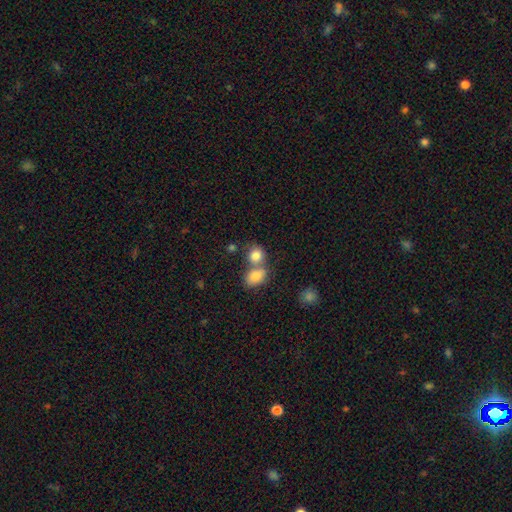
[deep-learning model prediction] Smooth or featured? smooth (84%)
How rounded? round (58%)
Merging? merger (49%)